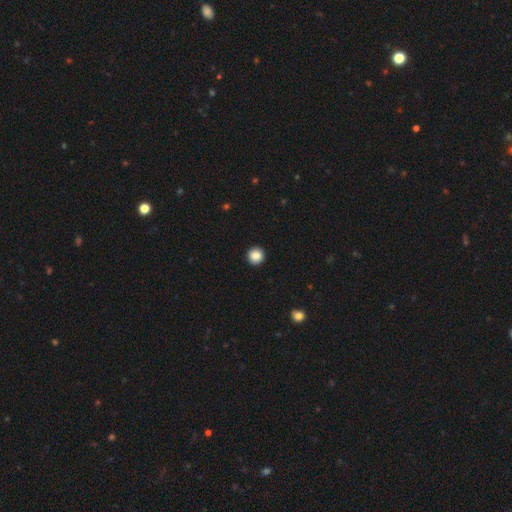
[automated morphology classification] smooth-or-featured: smooth: 88% | star or artifact: 9% | featured or disk: 3%
  how-rounded: round: 94% | in between: 5% | cigar-shaped: 1%
  merging: none: 93% | minor disturbance: 5% | major disturbance: 2% | merger: 1%